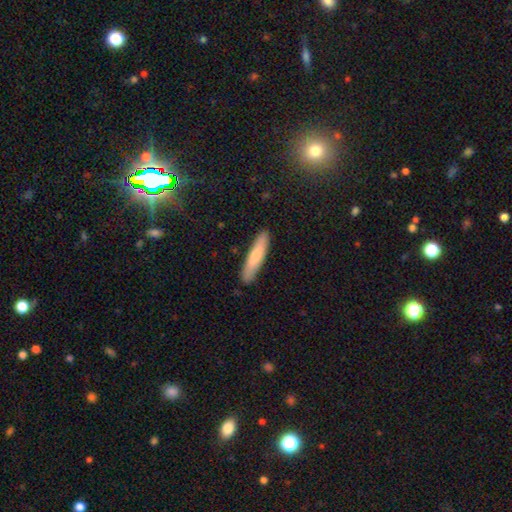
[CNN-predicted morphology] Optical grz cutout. It shows a smooth galaxy with no disk features (75%) that is cigar-shaped (87%). Merging: none (89%).